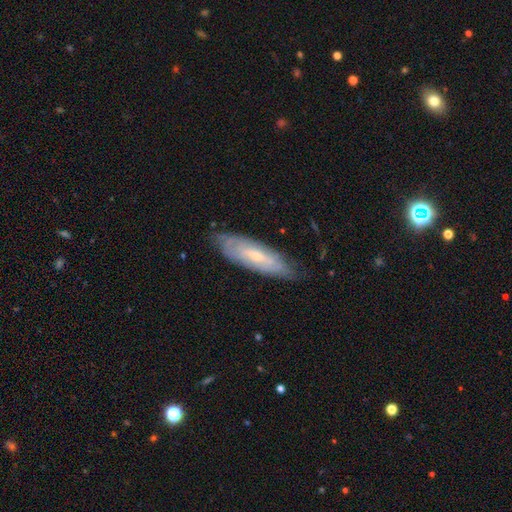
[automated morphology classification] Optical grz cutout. It shows a featured or disk galaxy (56%). Merging: none (73%).